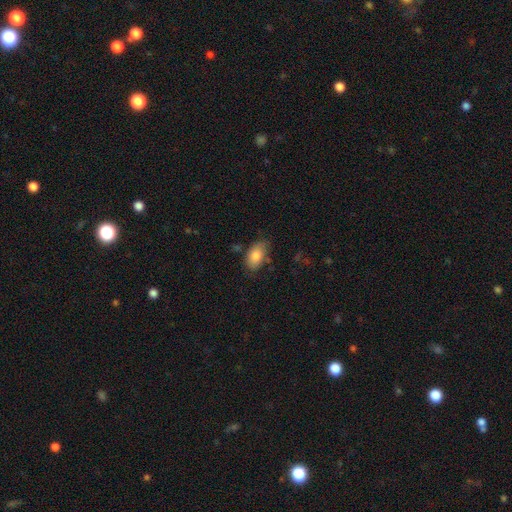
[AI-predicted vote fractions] This appears to be a smooth galaxy with no disk features (84%) that is in between round and cigar-shaped (92%). Merging: none (69%).